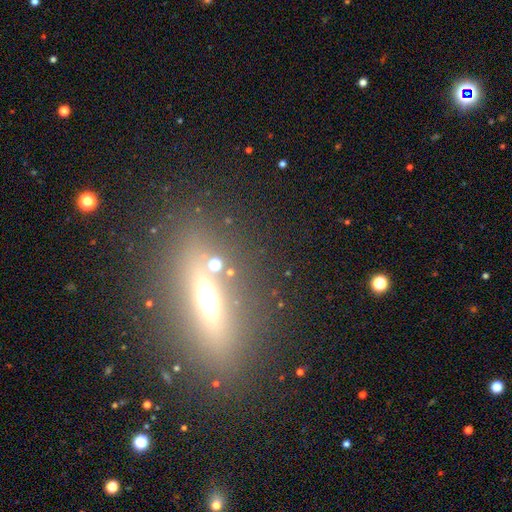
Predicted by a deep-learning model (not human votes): A featured or disk galaxy (47%). Merging: none (82%).